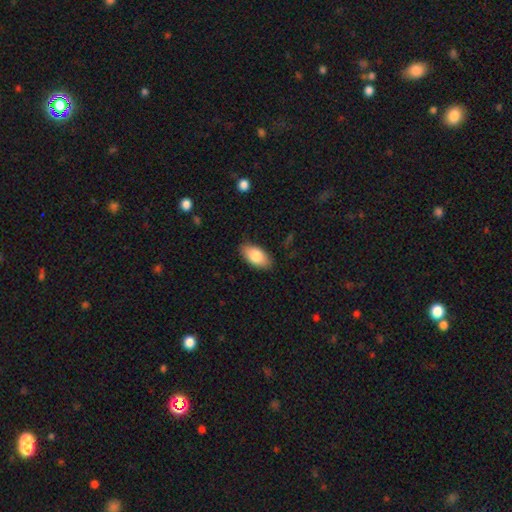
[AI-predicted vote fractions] Smooth or featured?
  - smooth: 81% *
  - featured or disk: 12%
  - star or artifact: 6%
How rounded?
  - in between: 93% *
  - cigar-shaped: 4%
  - round: 3%
Merging?
  - none: 85% *
  - minor disturbance: 11%
  - major disturbance: 2%
  - merger: 1%